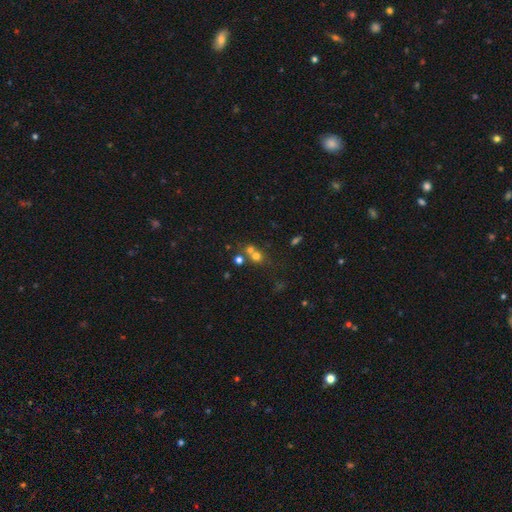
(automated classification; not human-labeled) This appears to be a smooth galaxy with no disk features (62%) that is round (84%). Merging: merger (46%).